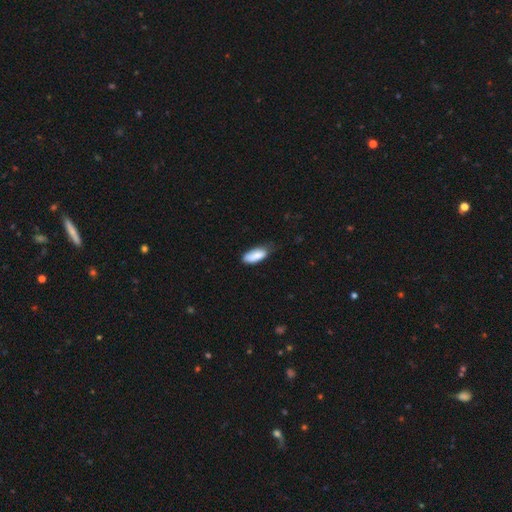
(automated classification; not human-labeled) Smooth or featured: smooth — 86% (featured or disk — 8%)
How rounded: in between — 82% (cigar-shaped — 17%)
Merging: none — 57% (minor disturbance — 35%)